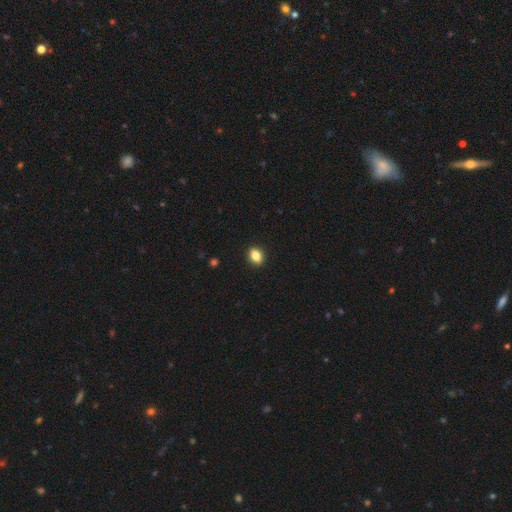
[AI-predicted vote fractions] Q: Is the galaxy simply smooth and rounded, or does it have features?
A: smooth — 84%.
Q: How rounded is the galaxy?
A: in between — 65%.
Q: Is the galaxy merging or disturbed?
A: none — 91%.